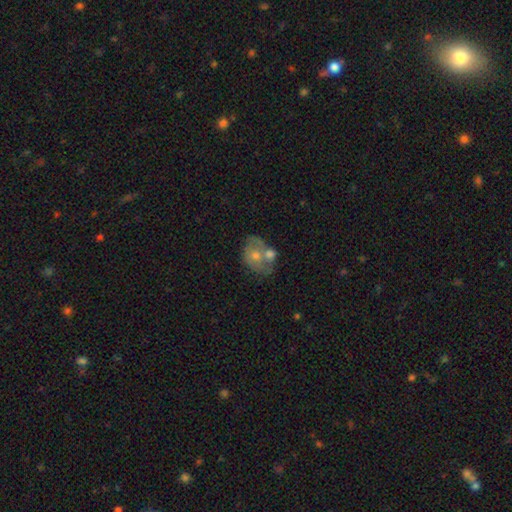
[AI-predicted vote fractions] Q: Smooth or featured?
A: smooth (48%); runner-up: featured or disk (43%)
Q: Merging?
A: merger (44%); runner-up: none (33%)